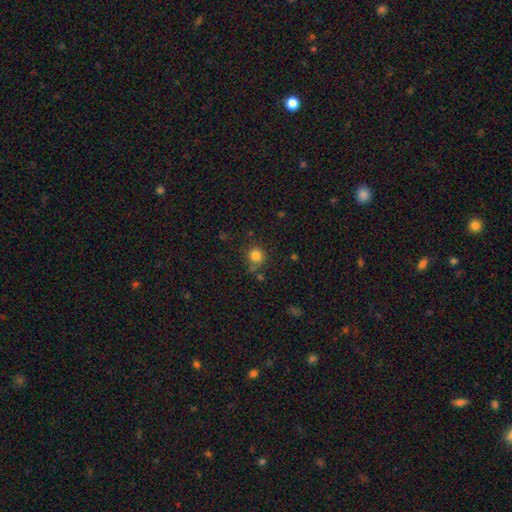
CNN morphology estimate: A smooth galaxy with no disk features (82%) that is round (90%). Merging: none (73%).